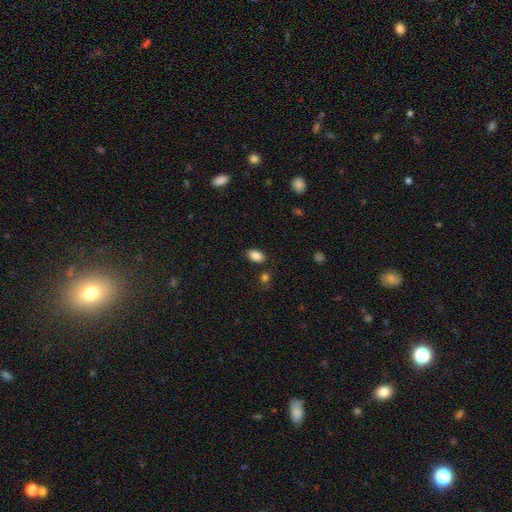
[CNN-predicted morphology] A smooth galaxy with no disk features (87%) that is in between round and cigar-shaped (86%).

Vote fractions:
- Smooth or featured? smooth: 87% / star or artifact: 9% / featured or disk: 4%
- How rounded? in between: 86% / round: 12% / cigar-shaped: 1%
- Merging? none: 83% / minor disturbance: 10% / merger: 3% / major disturbance: 3%